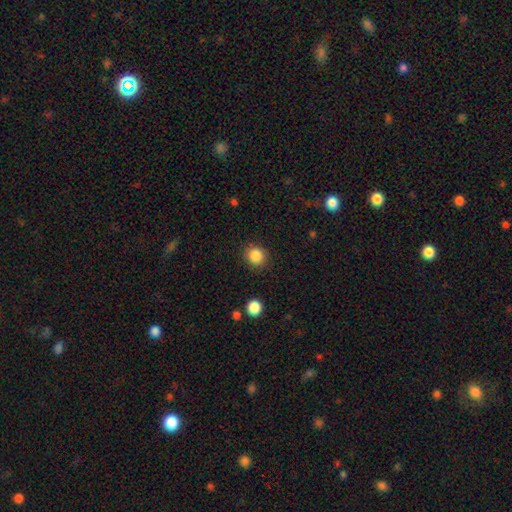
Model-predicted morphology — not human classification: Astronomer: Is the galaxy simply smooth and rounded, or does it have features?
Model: smooth — 86%.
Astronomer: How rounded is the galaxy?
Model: round — 87%.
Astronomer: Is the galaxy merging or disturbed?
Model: none — 88%.